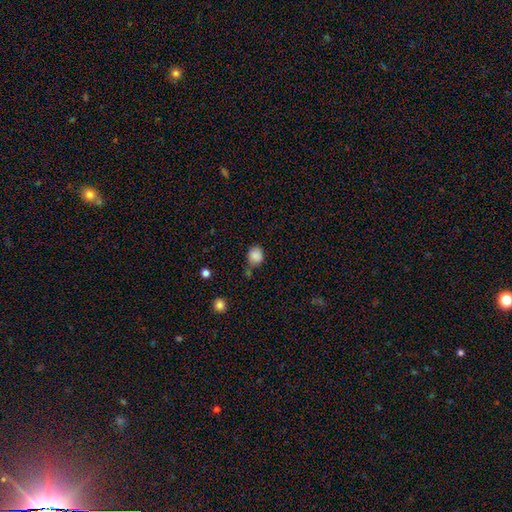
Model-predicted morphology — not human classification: Smooth or featured? Predicted: smooth (p=0.86). How rounded? Predicted: round (p=0.69). Merging? Predicted: none (p=0.62).